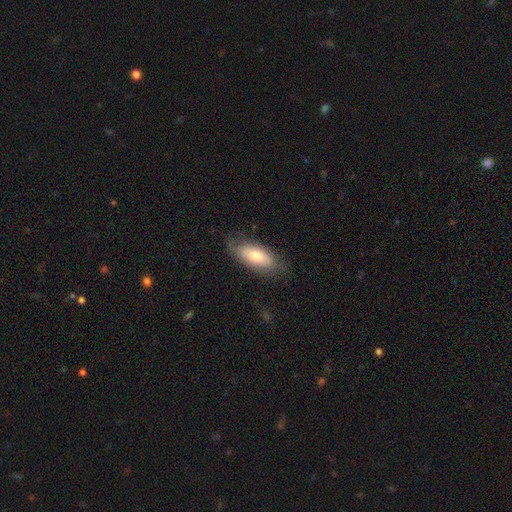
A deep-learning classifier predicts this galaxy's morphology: type=smooth (71%); roundness=in between (80%); merging=none (73%).